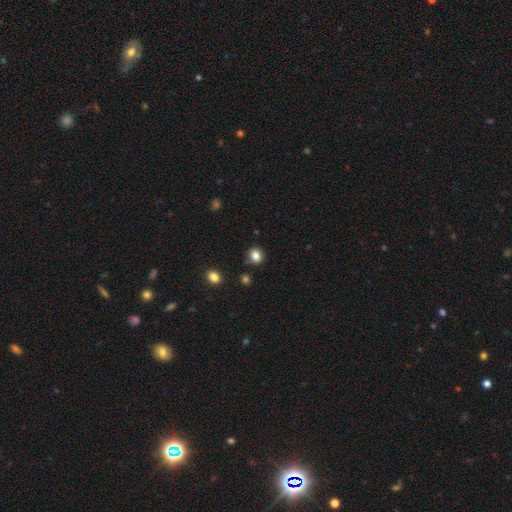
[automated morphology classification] A smooth galaxy with no disk features (83%) that is round (80%). Merging: none (84%).